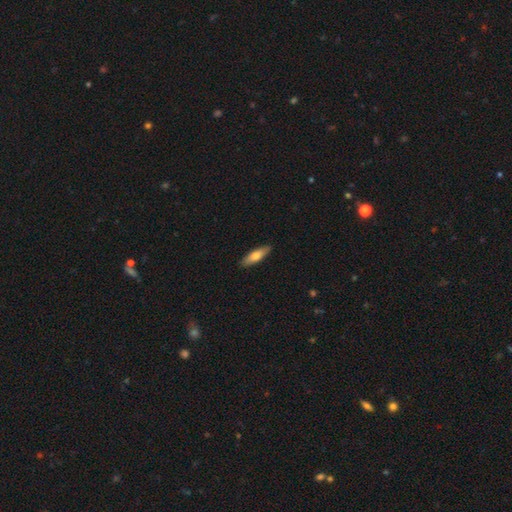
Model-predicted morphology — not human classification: smooth-or-featured: smooth: 70% | featured or disk: 25% | star or artifact: 5%
  how-rounded: cigar-shaped: 58% | in between: 40% | round: 2%
  merging: none: 89% | minor disturbance: 9% | major disturbance: 2% | merger: 1%